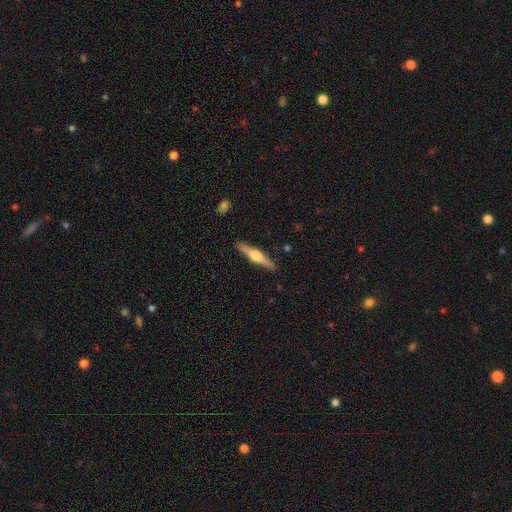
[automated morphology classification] smooth-or-featured: featured or disk: 60% | smooth: 34% | star or artifact: 5%
  disk-edge-on: yes: 97% | no: 3%
    edge-on-bulge: rounded: 92% | boxy: 4% | none: 3%
  merging: none: 90% | minor disturbance: 7% | major disturbance: 2% | merger: 1%